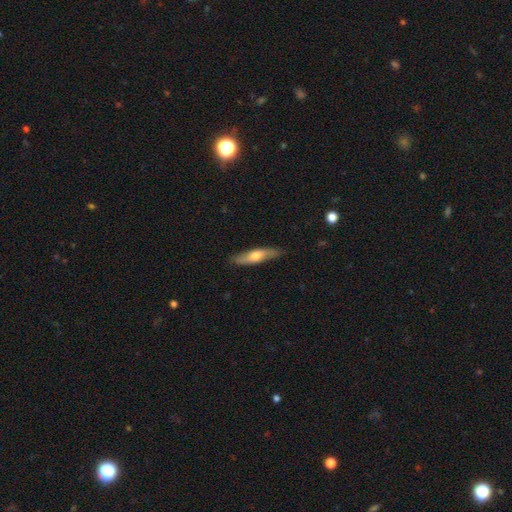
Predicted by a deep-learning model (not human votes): Q: Smooth or featured?
A: smooth (53%); runner-up: featured or disk (42%)
Q: How rounded?
A: cigar-shaped (75%); runner-up: in between (23%)
Q: Merging?
A: none (83%); runner-up: minor disturbance (14%)